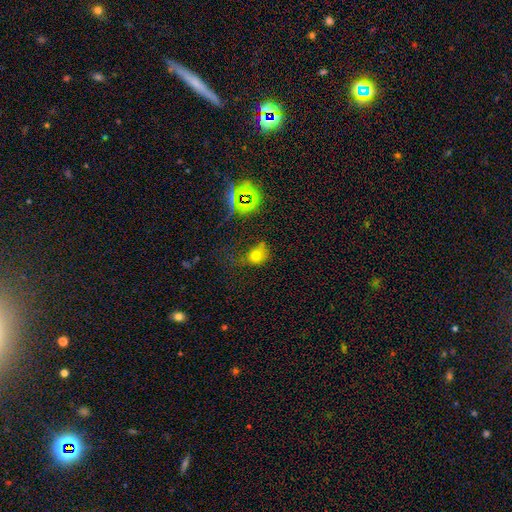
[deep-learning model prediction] Smooth or featured? Predicted: smooth (p=0.63). How rounded? Predicted: round (p=0.55). Merging? Predicted: none (p=0.41).